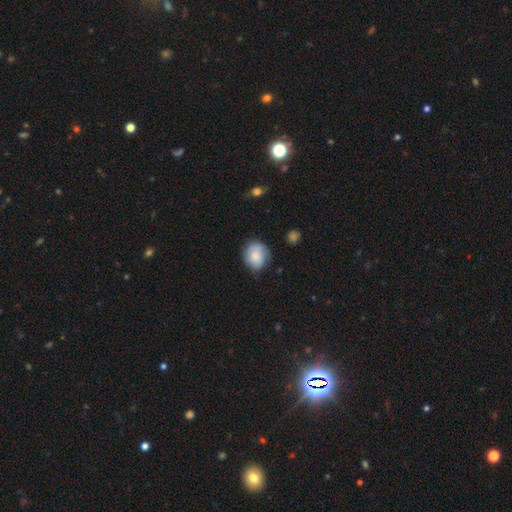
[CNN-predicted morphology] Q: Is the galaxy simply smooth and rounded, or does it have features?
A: smooth — 79%.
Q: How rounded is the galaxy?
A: round — 63%.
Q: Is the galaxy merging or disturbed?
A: none — 67%.